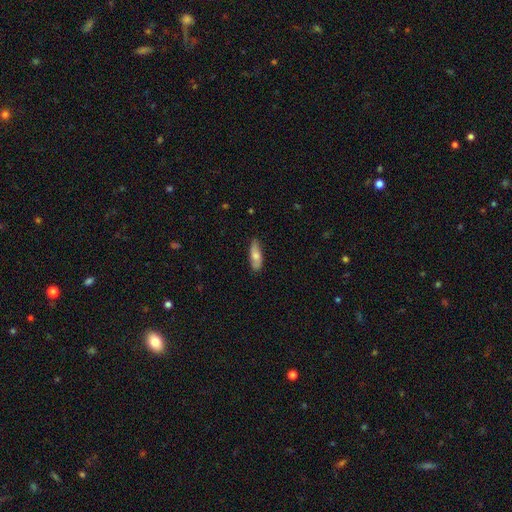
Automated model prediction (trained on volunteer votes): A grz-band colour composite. It shows a smooth galaxy with no disk features (71%) that is in between round and cigar-shaped (57%). Merging: none (81%).